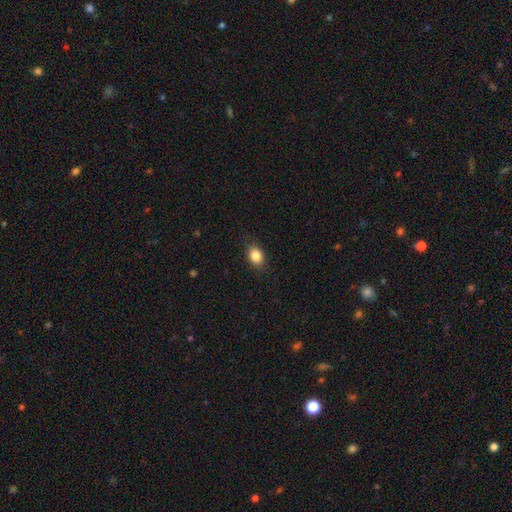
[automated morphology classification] The model was most divided on "how rounded": in between: 67%, round: 32%, cigar-shaped: 1%. More confident: smooth or featured — smooth (86%); merging — none (84%).